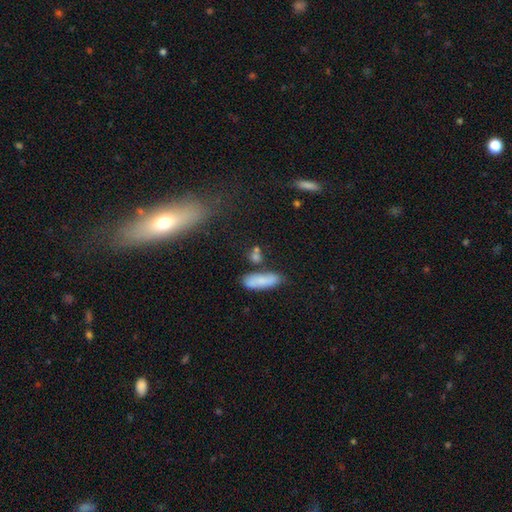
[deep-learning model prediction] This appears to be a smooth galaxy with no disk features (74%) that is in between round and cigar-shaped (52%). Merging: none (63%).